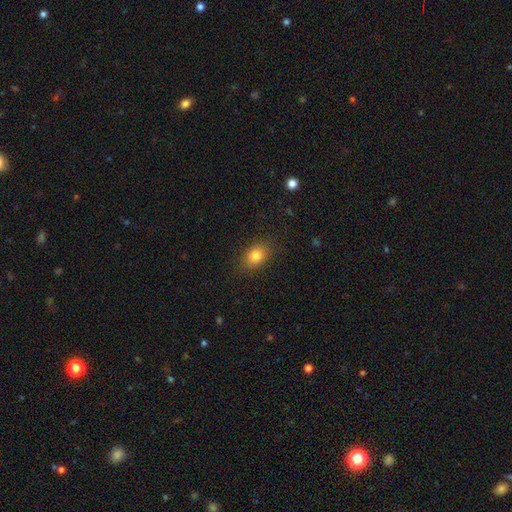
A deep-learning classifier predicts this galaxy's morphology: smooth 81%, star or artifact 10%, featured or disk 9%. Down the decision tree: how rounded — in between (71%); merging — none (85%).